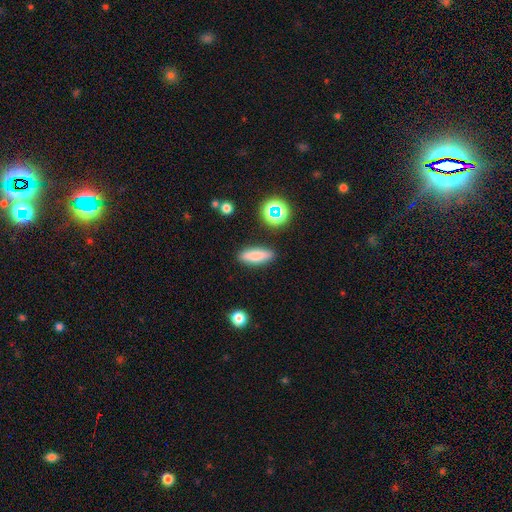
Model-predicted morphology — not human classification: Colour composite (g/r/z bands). It shows a smooth galaxy with no disk features (77%) that is cigar-shaped (49%). Merging: none (87%).